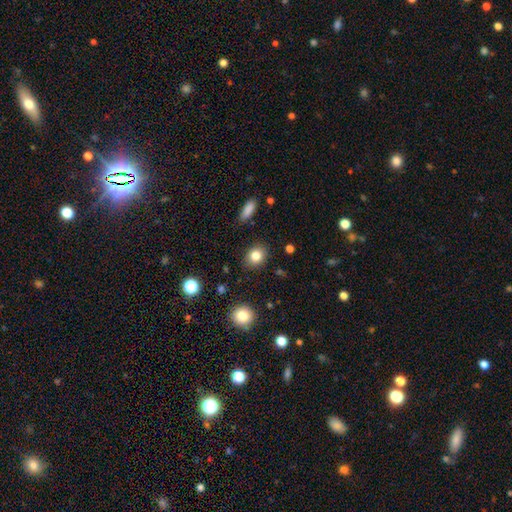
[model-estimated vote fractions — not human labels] Smooth or featured? smooth (82%)
How rounded? round (58%)
Merging? none (87%)